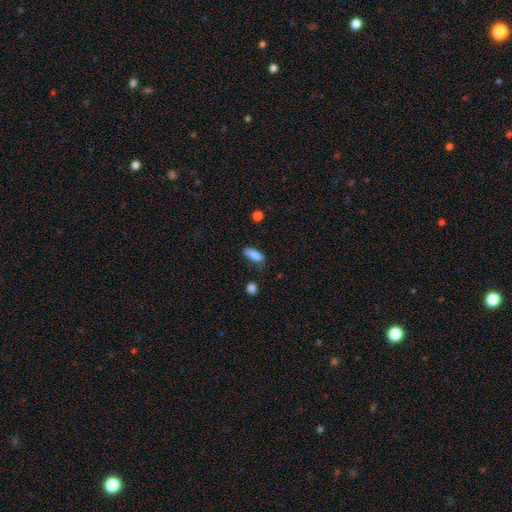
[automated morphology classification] type=smooth (80%); roundness=in between (72%); merging=none (48%).